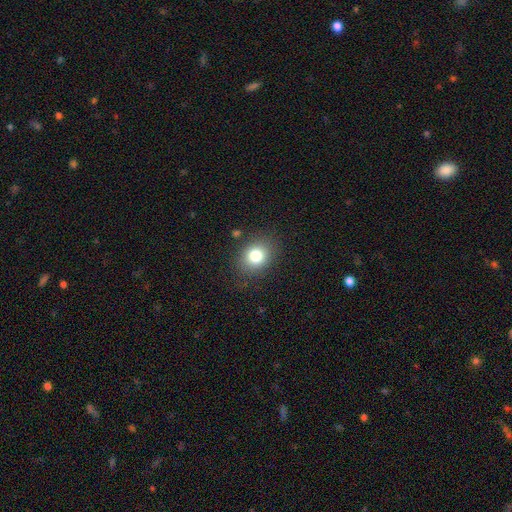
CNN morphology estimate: The model was most divided on "how rounded": round: 59%, in between: 40%, cigar-shaped: 1%. More confident: merging — none (83%); smooth or featured — smooth (80%).